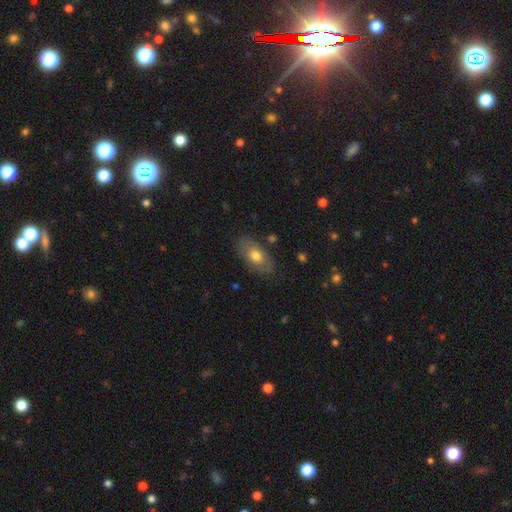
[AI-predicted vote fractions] The model was most divided on "smooth or featured": smooth: 64%, featured or disk: 29%, star or artifact: 6%. More confident: how rounded — in between (91%); merging — none (79%).